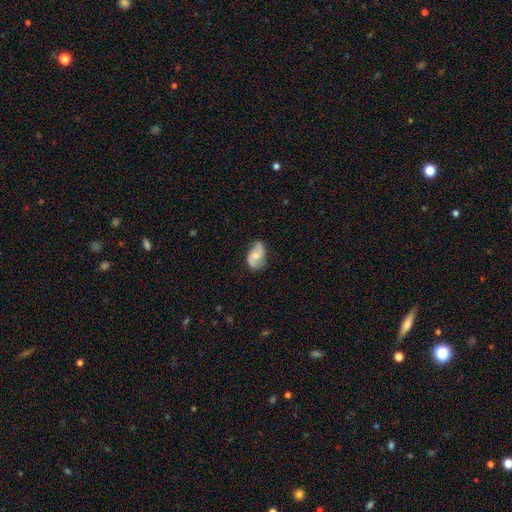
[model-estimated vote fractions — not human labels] featured or disk 57%, smooth 37%, star or artifact 7%. Down the decision tree: edge-on disk — no (96%); bar — no (64%); spiral arms — yes (87%); bulge size — moderate (49%); merging — none (62%).